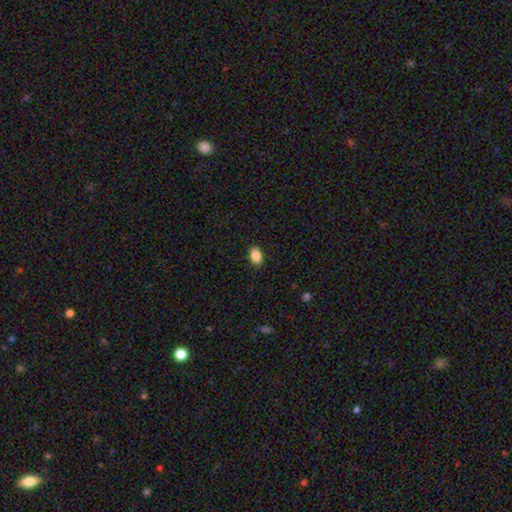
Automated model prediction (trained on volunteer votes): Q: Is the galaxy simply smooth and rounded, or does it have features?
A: smooth — 88%.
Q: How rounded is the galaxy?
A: in between — 84%.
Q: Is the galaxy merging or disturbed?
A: none — 88%.